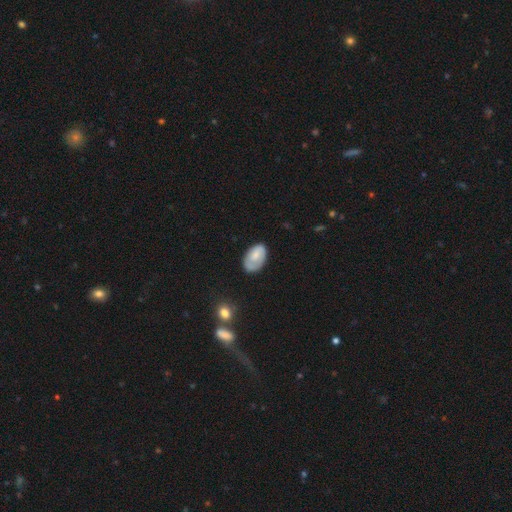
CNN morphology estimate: smooth-or-featured: smooth: 70% | featured or disk: 23% | star or artifact: 7%
  how-rounded: in between: 92% | round: 7% | cigar-shaped: 1%
  merging: none: 65% | minor disturbance: 25% | major disturbance: 8% | merger: 2%